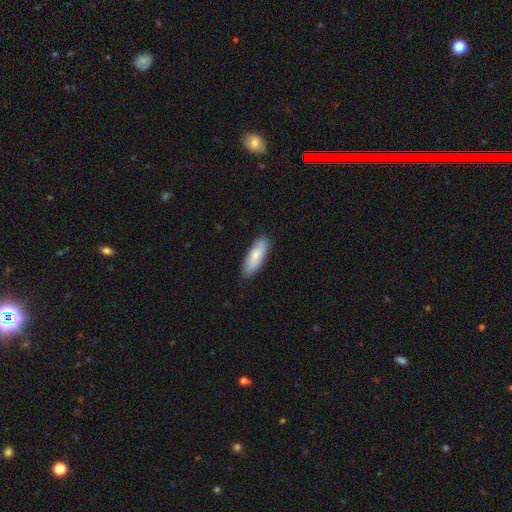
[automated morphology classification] A smooth galaxy with no disk features (82%) that is in between round and cigar-shaped (61%). Merging: none (85%).